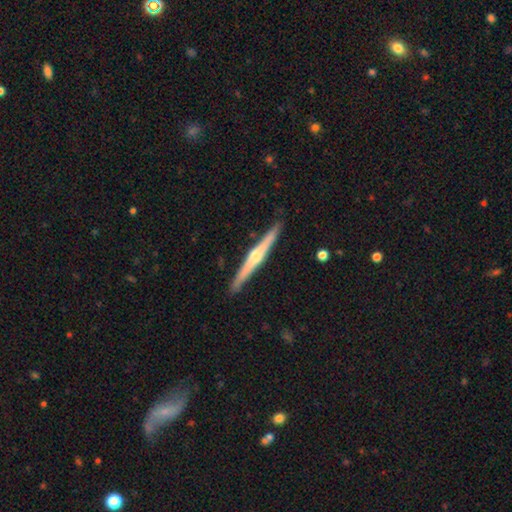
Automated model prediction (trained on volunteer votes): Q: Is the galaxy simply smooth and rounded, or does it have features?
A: featured or disk — 73%.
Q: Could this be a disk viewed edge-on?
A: yes — 98%.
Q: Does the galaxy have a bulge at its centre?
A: rounded — 85%.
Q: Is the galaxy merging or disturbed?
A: none — 90%.